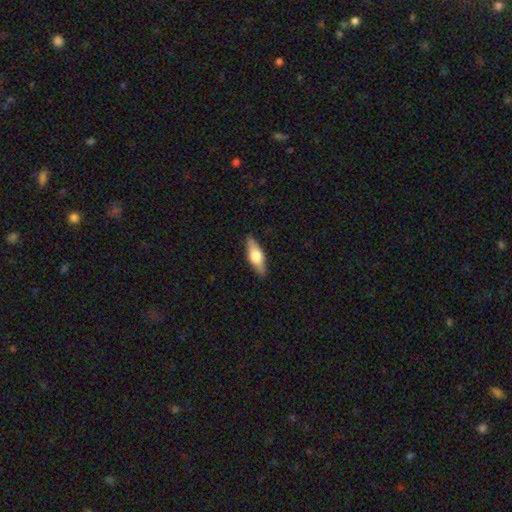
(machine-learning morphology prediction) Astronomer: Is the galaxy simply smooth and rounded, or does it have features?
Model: featured or disk — 48% (runner-up: smooth, 47%).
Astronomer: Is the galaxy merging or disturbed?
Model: none — 87%.